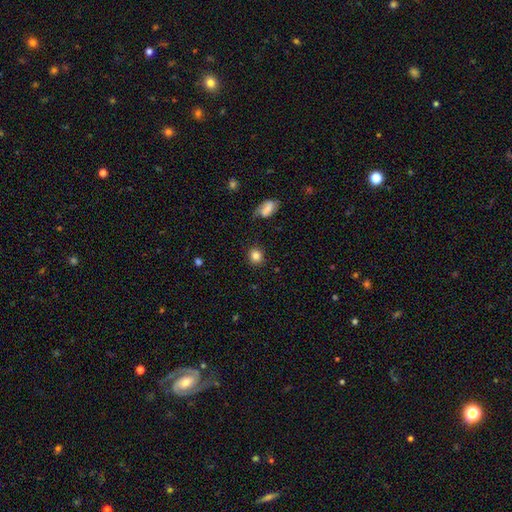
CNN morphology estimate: Smooth or featured: smooth — 83% (star or artifact — 10%)
How rounded: round — 84% (in between — 15%)
Merging: none — 87% (minor disturbance — 9%)